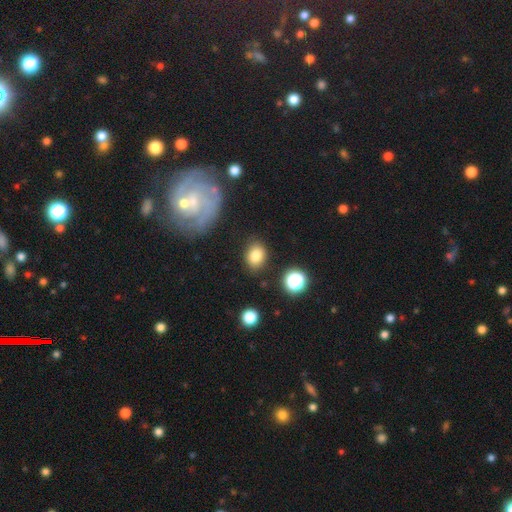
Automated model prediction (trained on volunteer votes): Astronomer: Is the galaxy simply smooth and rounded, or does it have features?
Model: smooth — 82%.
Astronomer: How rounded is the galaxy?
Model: in between — 63%.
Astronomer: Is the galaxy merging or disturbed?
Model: none — 81%.